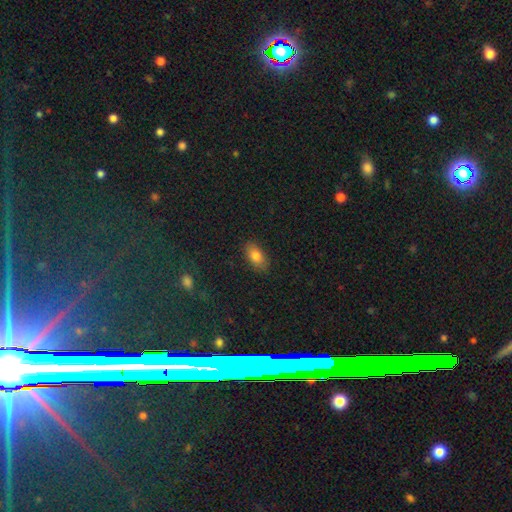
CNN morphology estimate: Smooth or featured: smooth — 79% (featured or disk — 11%)
How rounded: in between — 89% (round — 7%)
Merging: none — 86% (minor disturbance — 11%)